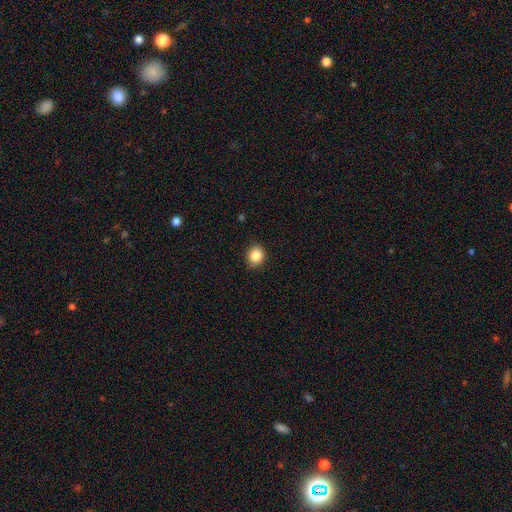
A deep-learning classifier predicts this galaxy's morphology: smooth 86%, star or artifact 10%, featured or disk 4%. Down the decision tree: how rounded — round (72%); merging — none (87%).